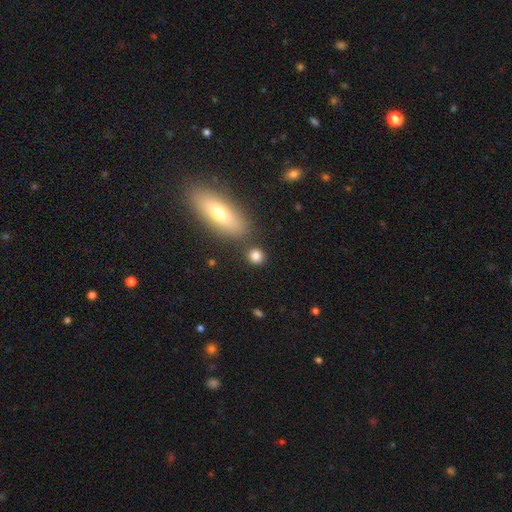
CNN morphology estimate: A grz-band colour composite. It shows a smooth galaxy with no disk features (83%) that is round (77%). Merging: none (78%).